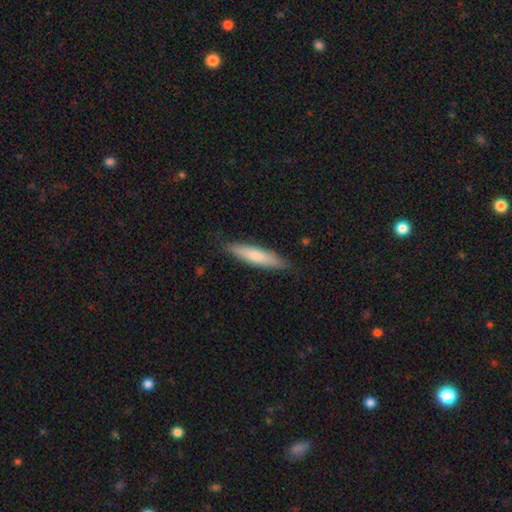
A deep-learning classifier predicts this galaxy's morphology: Smooth or featured: smooth — 70% (featured or disk — 25%)
How rounded: cigar-shaped — 83% (in between — 15%)
Merging: none — 87% (minor disturbance — 10%)